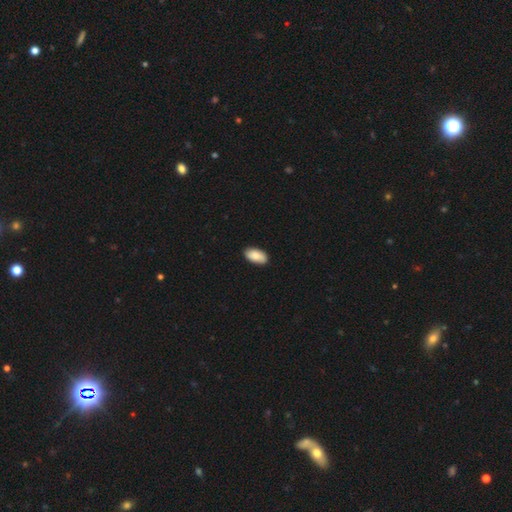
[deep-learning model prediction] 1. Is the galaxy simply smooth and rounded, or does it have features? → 88% smooth, 6% star or artifact, 6% featured or disk.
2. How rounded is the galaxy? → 95% in between, 3% round, 2% cigar-shaped.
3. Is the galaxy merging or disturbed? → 88% none, 9% minor disturbance, 2% major disturbance, 1% merger.